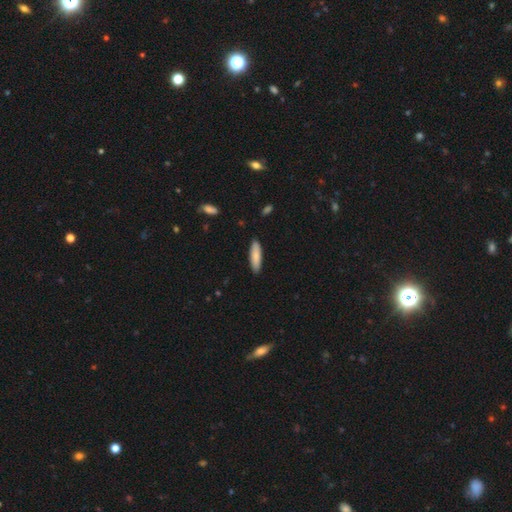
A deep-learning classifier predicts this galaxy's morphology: Overall: smooth (83%). How rounded: cigar-shaped (64%; in between 34%). Merging: none (89%).